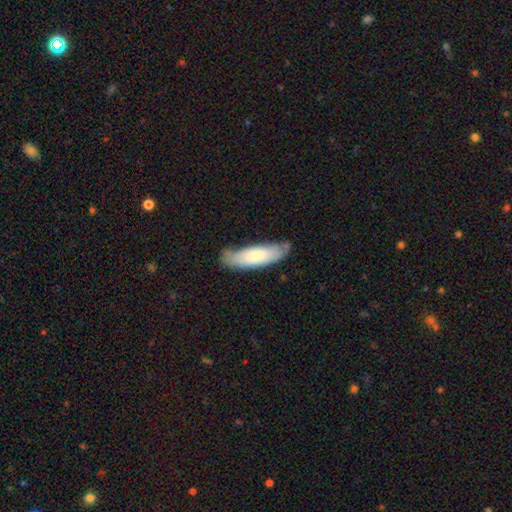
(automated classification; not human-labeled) This appears to be a smooth galaxy with no disk features (72%) that is cigar-shaped (54%). Merging: none (70%).